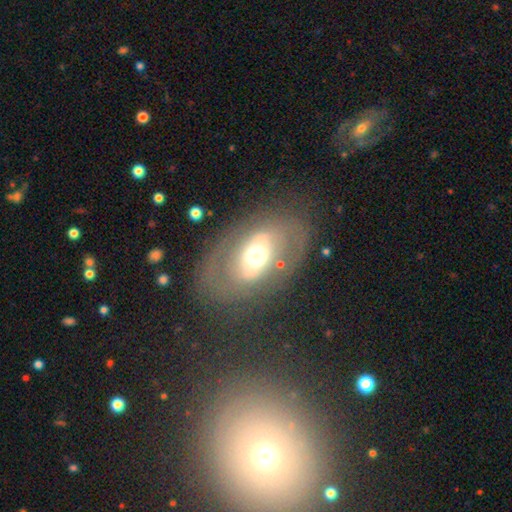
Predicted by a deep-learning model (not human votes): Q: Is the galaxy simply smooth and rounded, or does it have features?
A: featured or disk — 60%.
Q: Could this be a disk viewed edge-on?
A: no — 91%.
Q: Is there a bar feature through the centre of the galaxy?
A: no — 40%.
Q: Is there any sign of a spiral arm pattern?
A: no — 60%.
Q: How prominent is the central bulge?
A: moderate — 56%.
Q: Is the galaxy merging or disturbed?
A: none — 70%.